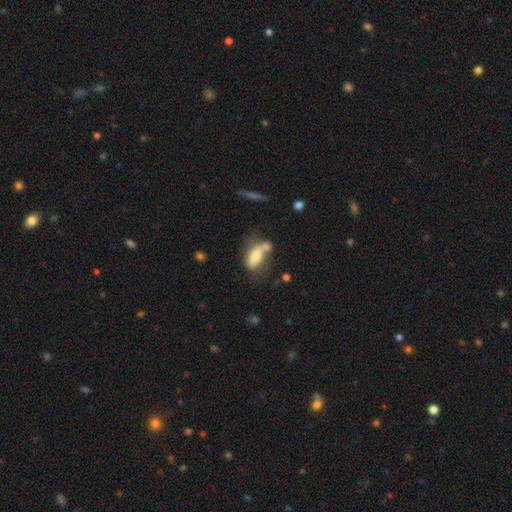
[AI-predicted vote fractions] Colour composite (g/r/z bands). It shows a smooth galaxy with no disk features (57%) that is in between round and cigar-shaped (77%). Merging: none (35%).